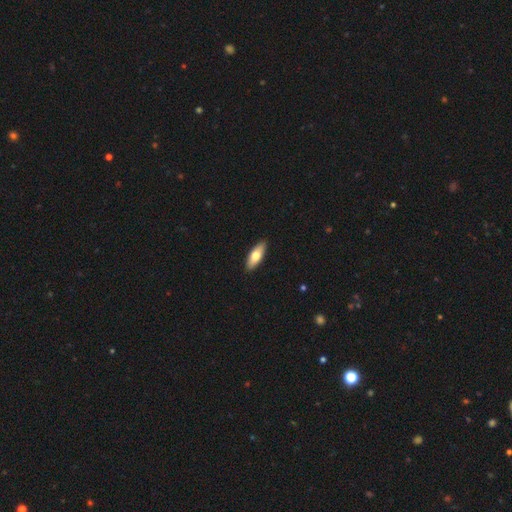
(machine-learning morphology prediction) Q: Smooth or featured?
A: smooth (67%); runner-up: featured or disk (27%)
Q: How rounded?
A: in between (65%); runner-up: cigar-shaped (32%)
Q: Merging?
A: none (90%); runner-up: minor disturbance (7%)